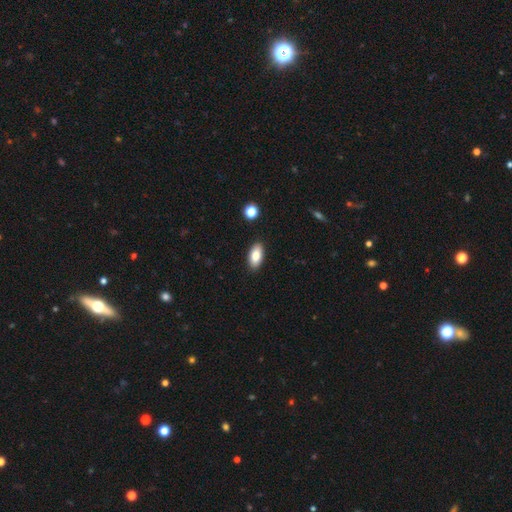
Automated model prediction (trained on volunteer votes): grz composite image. It shows a smooth galaxy with no disk features (81%) that is in between round and cigar-shaped (91%). Merging: none (89%).